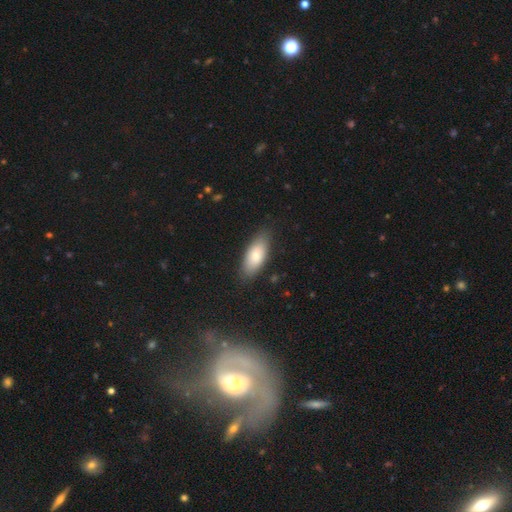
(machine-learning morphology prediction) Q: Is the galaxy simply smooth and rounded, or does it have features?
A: smooth — 78%.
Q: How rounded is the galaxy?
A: in between — 83%.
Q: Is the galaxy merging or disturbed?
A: none — 83%.